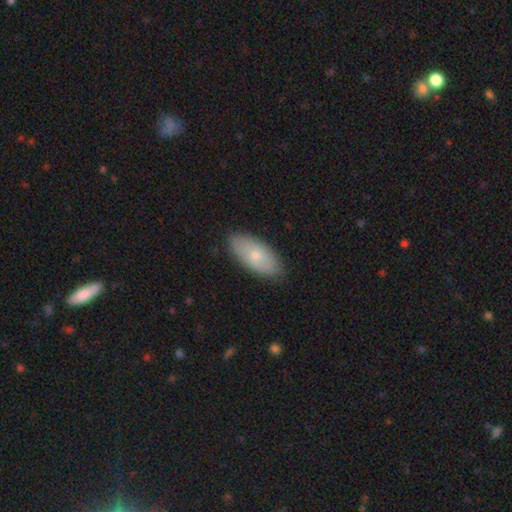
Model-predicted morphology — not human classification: The model was most divided on "smooth or featured": smooth: 68%, featured or disk: 26%, star or artifact: 6%. More confident: how rounded — in between (91%); merging — none (86%).